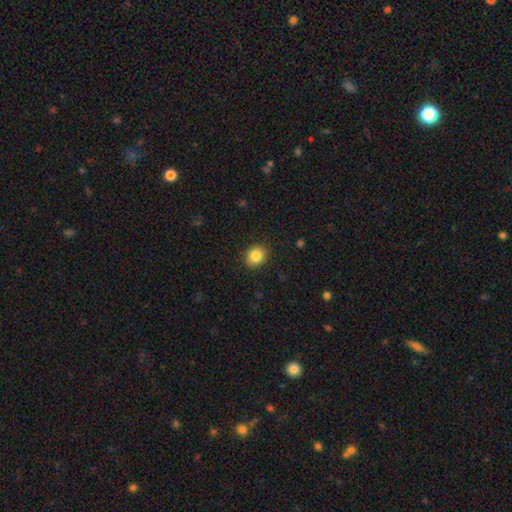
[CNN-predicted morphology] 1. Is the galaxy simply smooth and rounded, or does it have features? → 85% smooth, 9% star or artifact, 6% featured or disk.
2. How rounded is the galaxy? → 65% round, 35% in between, 1% cigar-shaped.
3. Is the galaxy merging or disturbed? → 90% none, 7% minor disturbance, 2% major disturbance, 1% merger.